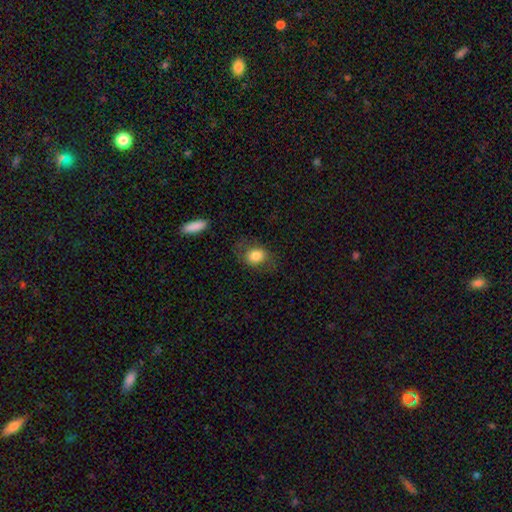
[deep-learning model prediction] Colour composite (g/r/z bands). It shows a smooth galaxy with no disk features (80%) that is in between round and cigar-shaped (56%). Merging: none (67%).